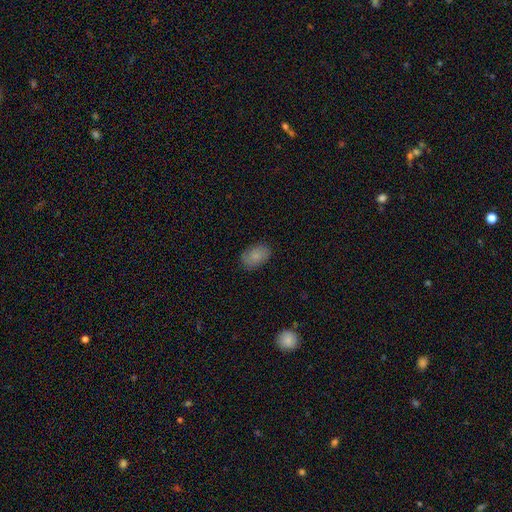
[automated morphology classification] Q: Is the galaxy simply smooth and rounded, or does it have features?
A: smooth — 82%.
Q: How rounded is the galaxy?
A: in between — 87%.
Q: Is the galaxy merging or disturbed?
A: none — 83%.